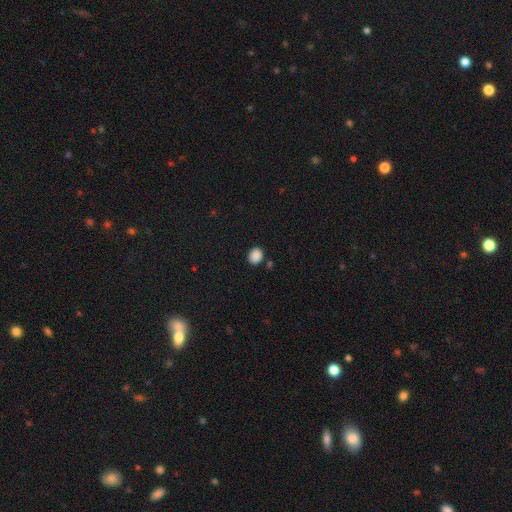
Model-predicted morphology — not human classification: The model was most divided on "how rounded": round: 58%, in between: 41%, cigar-shaped: 1%. More confident: smooth or featured — smooth (88%); merging — none (84%).